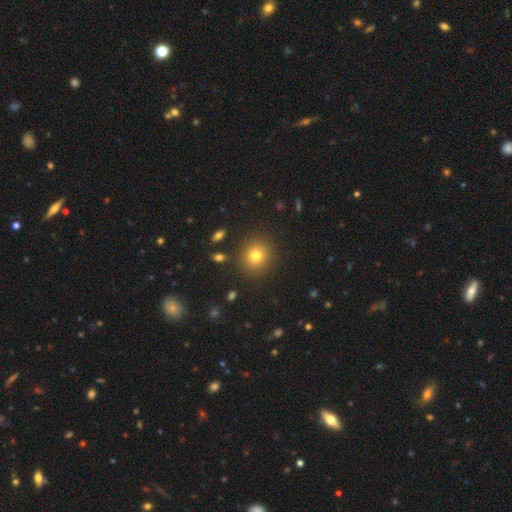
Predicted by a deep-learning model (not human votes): smooth 79%, star or artifact 13%, featured or disk 8%. Down the decision tree: how rounded — round (87%); merging — none (89%).